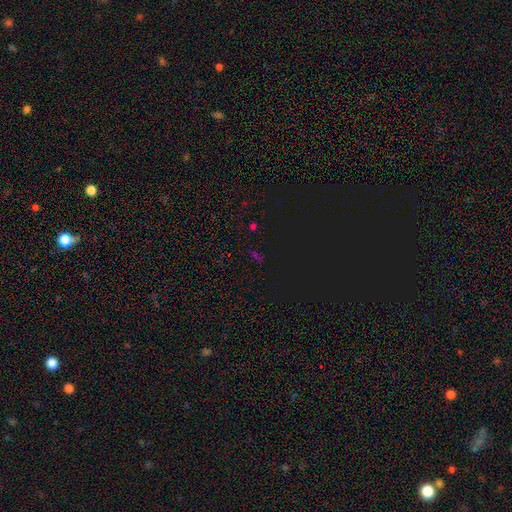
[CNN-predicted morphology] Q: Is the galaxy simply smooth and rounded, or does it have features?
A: star or artifact — 69%.